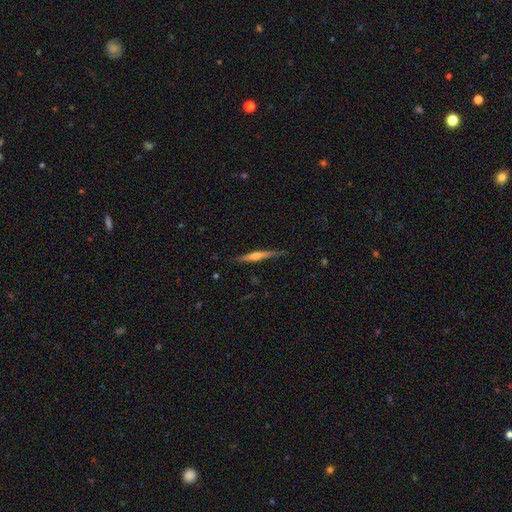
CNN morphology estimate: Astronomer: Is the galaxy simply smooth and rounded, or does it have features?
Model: featured or disk — 67%.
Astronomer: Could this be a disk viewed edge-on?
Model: yes — 97%.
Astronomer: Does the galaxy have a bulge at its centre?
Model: rounded — 78%.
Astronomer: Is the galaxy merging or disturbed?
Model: none — 81%.